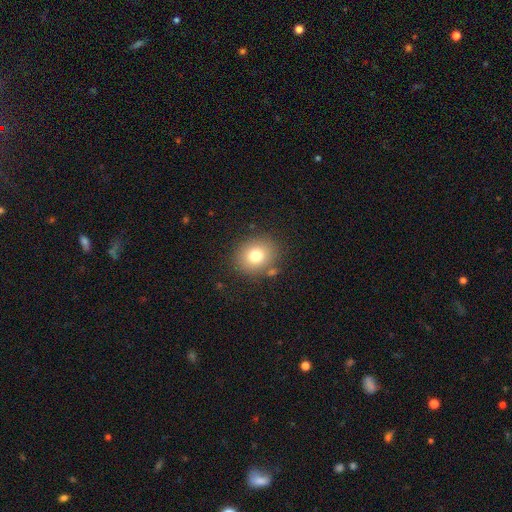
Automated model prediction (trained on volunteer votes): smooth_or_featured: smooth (p=0.77) [alt: star or artifact p=0.12]
how_rounded: round (p=0.71) [alt: in between p=0.28]
merging: none (p=0.83) [alt: minor disturbance p=0.10]